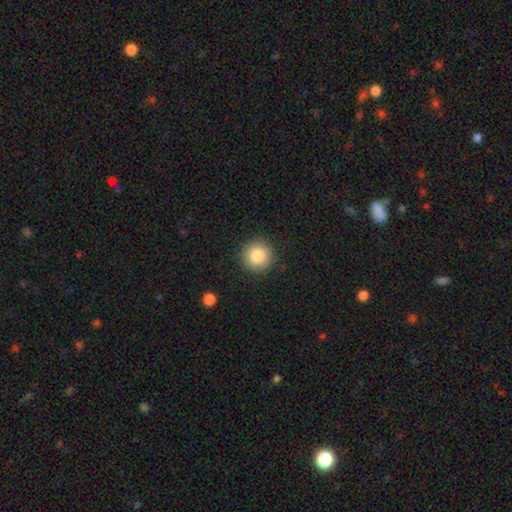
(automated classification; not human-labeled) This appears to be a smooth galaxy with no disk features (85%) that is round (95%). Merging: none (91%).